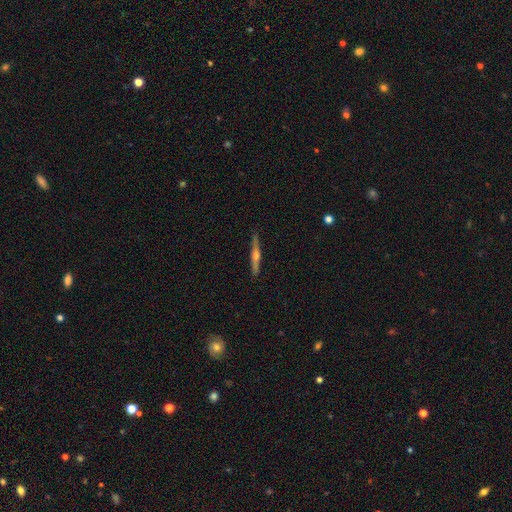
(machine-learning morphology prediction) Smooth or featured?
  - featured or disk: 74% *
  - smooth: 20%
  - star or artifact: 6%
Edge-on disk?
  - yes: 98% *
  - no: 2%
Edge-on bulge?
  - rounded: 88% *
  - boxy: 6%
  - none: 6%
Merging?
  - none: 91% *
  - minor disturbance: 7%
  - major disturbance: 1%
  - merger: 1%